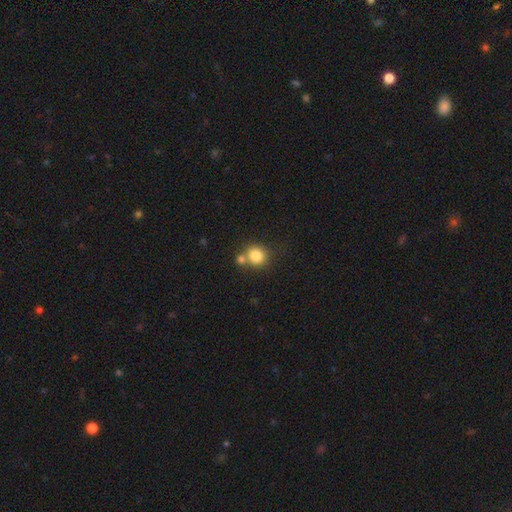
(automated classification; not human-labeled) Q: Smooth or featured?
A: smooth (82%); runner-up: star or artifact (10%)
Q: How rounded?
A: round (85%); runner-up: in between (14%)
Q: Merging?
A: none (57%); runner-up: merger (31%)